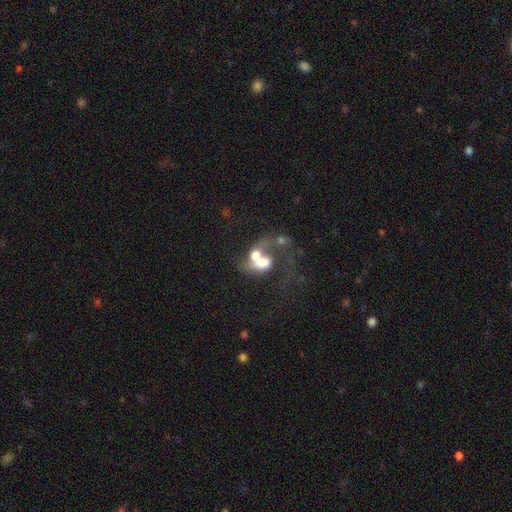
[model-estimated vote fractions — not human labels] The model was most divided on "smooth or featured": featured or disk: 46%, smooth: 44%, star or artifact: 10%. More confident: merging — merger (71%).